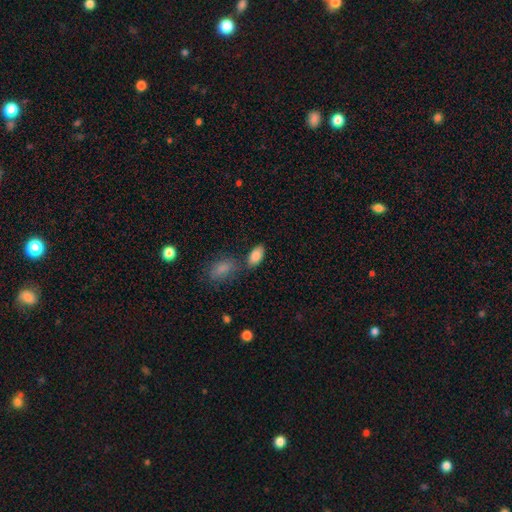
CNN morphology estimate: smooth 86%, star or artifact 8%, featured or disk 6%. Down the decision tree: how rounded — in between (94%); merging — none (67%).